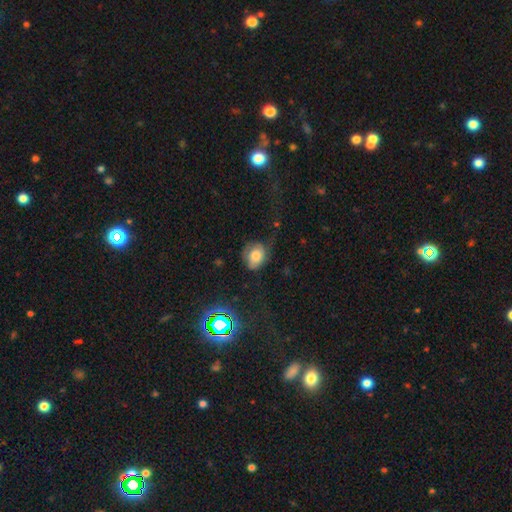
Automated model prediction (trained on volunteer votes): This appears to be a smooth galaxy with no disk features (71%) that is round (52%). Merging: none (46%).